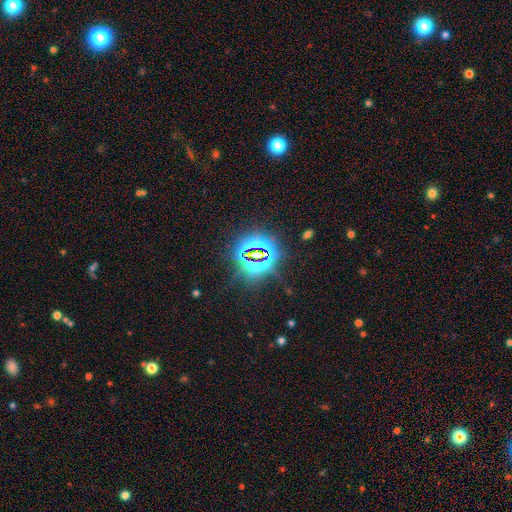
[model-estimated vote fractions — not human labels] smooth-or-featured: star or artifact: 83% | smooth: 10% | featured or disk: 8%